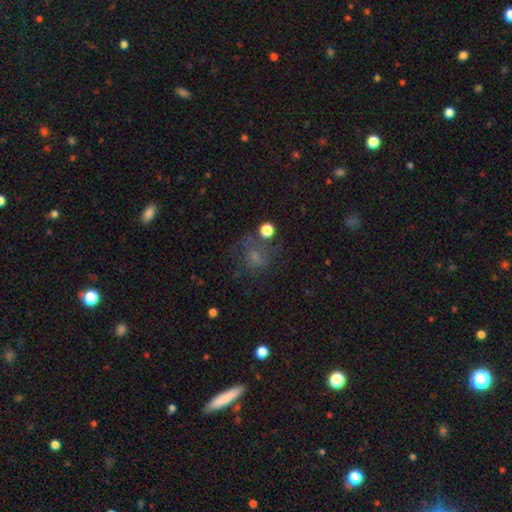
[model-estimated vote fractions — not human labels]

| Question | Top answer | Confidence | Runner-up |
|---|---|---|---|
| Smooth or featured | smooth | 47% | featured or disk (27%) |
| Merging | none | 49% | major disturbance (24%) |